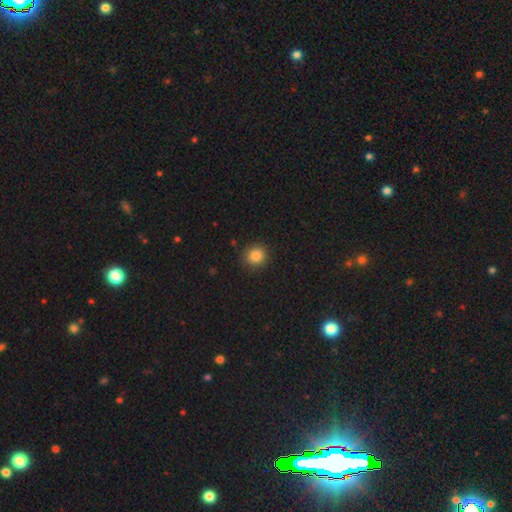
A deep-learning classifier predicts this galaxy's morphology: Smooth or featured: smooth — 85% (star or artifact — 11%)
How rounded: round — 89% (in between — 10%)
Merging: none — 90% (minor disturbance — 7%)